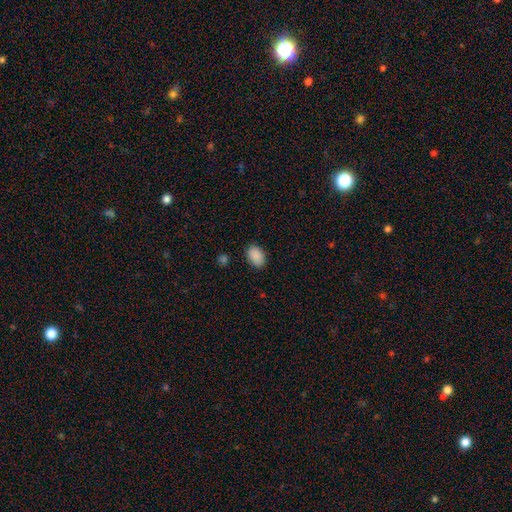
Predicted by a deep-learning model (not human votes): This appears to be a smooth galaxy with no disk features (89%) that is in between round and cigar-shaped (84%). Merging: none (85%).